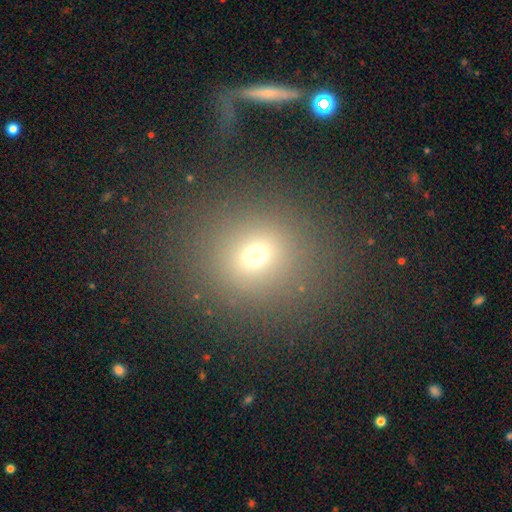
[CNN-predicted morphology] This is likely a smooth galaxy (68%). How rounded: likely round (79%). Merging: clearly none (83%).